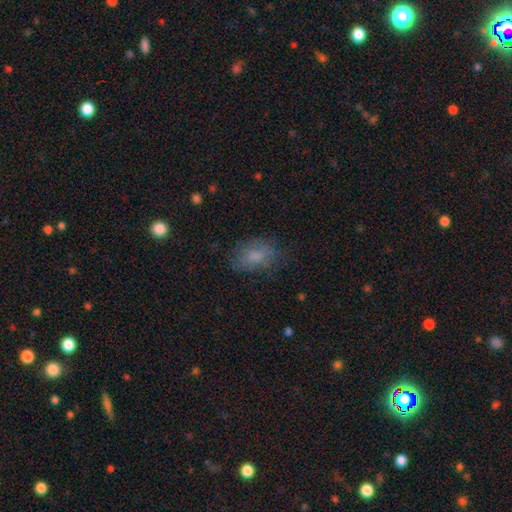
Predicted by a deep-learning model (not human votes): The model was most divided on "merging": none: 68%, minor disturbance: 21%, major disturbance: 9%, merger: 1%. More confident: how rounded — in between (86%); smooth or featured — smooth (73%).